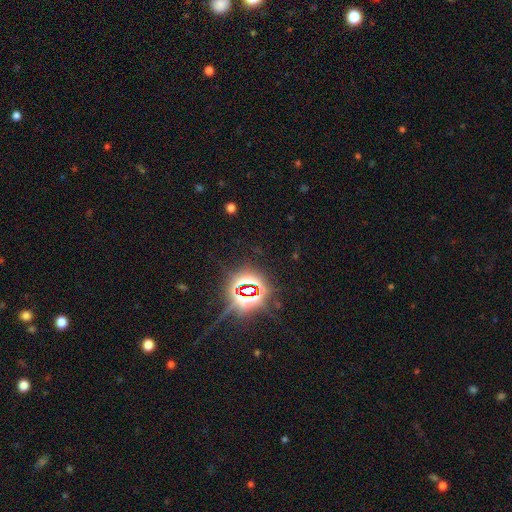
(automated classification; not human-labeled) Smooth or featured: star or artifact — 83% (smooth — 9%)